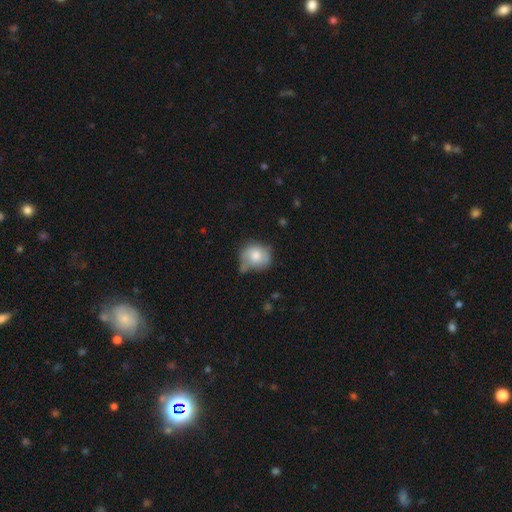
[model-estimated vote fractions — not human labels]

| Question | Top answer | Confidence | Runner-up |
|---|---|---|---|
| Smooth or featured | smooth | 73% | featured or disk (20%) |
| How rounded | round | 74% | in between (25%) |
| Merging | none | 43% | minor disturbance (36%) |